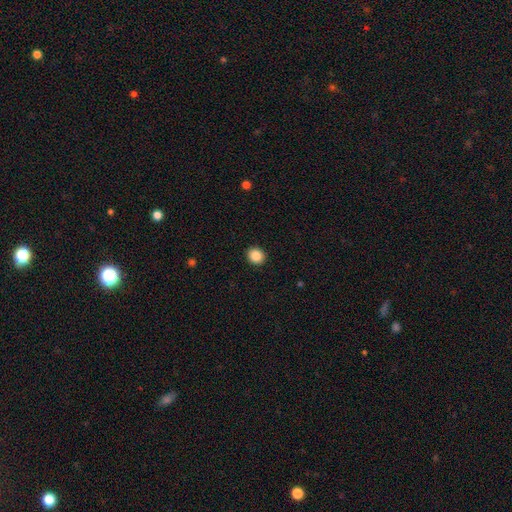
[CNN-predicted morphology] Overall: smooth (87%). How rounded: round (86%). Merging: none (93%).